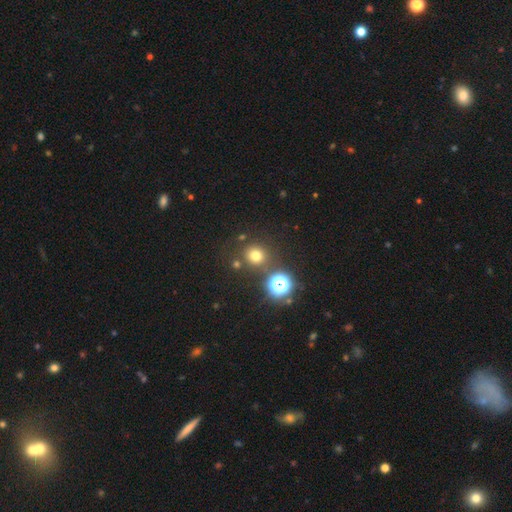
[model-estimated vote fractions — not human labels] smooth 70%, star or artifact 24%, featured or disk 7%. Down the decision tree: how rounded — round (90%); merging — none (82%).